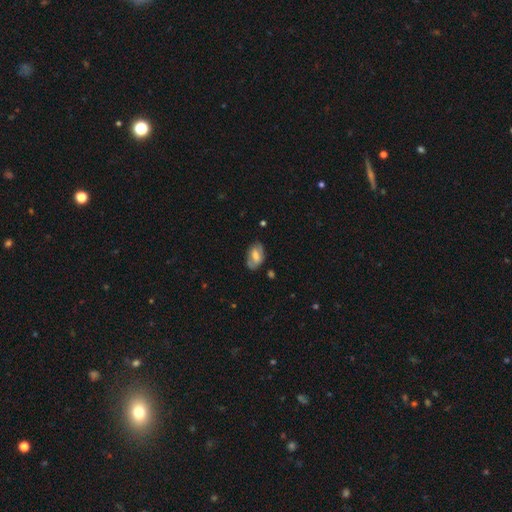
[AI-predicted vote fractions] A smooth galaxy with no disk features (53%) that is in between round and cigar-shaped (90%). Merging: none (69%).